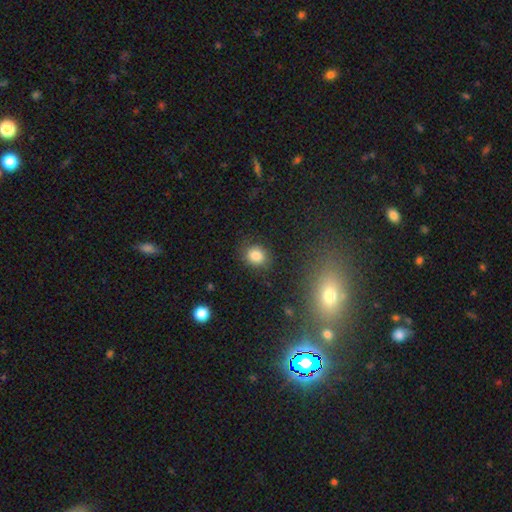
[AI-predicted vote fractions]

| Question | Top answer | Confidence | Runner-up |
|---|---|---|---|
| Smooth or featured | smooth | 83% | star or artifact (11%) |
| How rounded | round | 73% | in between (26%) |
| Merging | none | 80% | minor disturbance (14%) |